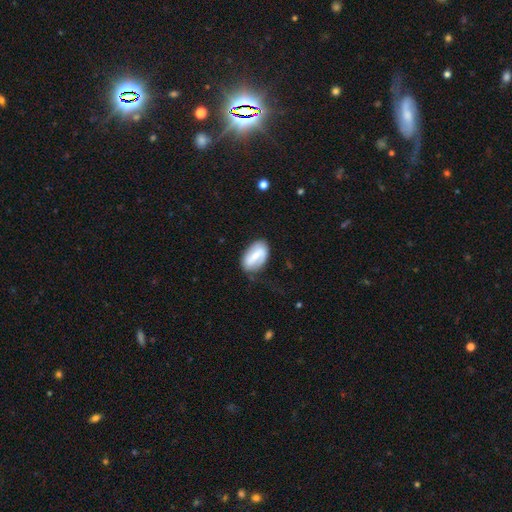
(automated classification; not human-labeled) Overall: featured or disk (51%; smooth 43%). Edge-on disk: no (93%). Merging: none (74%).